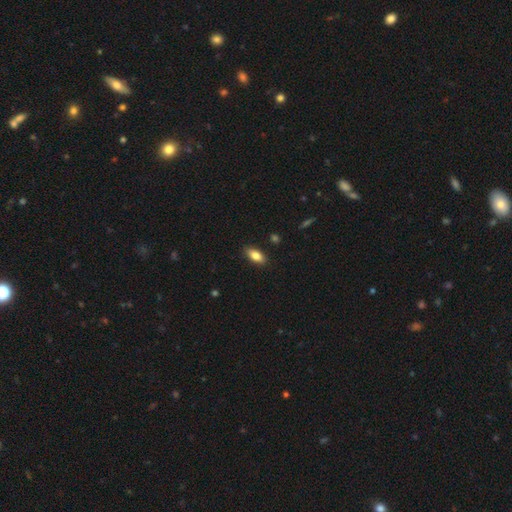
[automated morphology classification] smooth_or_featured: smooth (p=0.82) [alt: featured or disk p=0.10]
how_rounded: in between (p=0.87) [alt: cigar-shaped p=0.09]
merging: none (p=0.87) [alt: minor disturbance p=0.10]